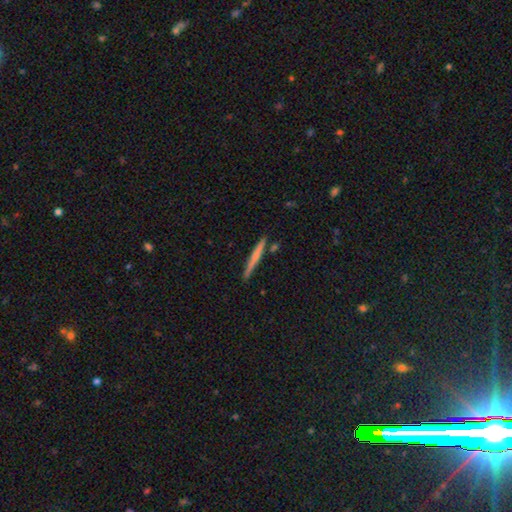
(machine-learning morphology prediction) smooth_or_featured: smooth (p=0.56) [alt: featured or disk p=0.39]
how_rounded: cigar-shaped (p=0.96) [alt: in between p=0.02]
merging: none (p=0.87) [alt: minor disturbance p=0.08]